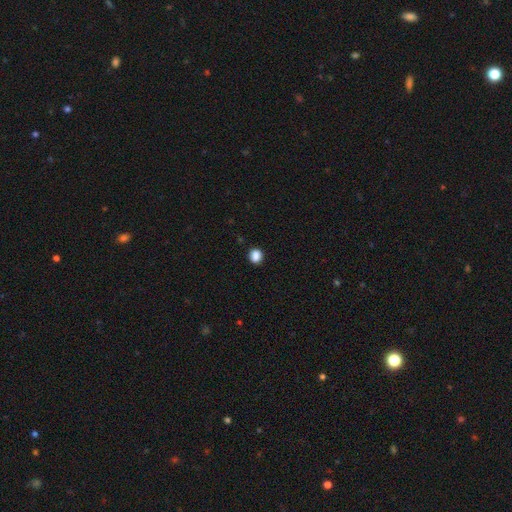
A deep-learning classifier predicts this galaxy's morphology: Smooth or featured? Predicted: smooth (p=0.87). How rounded? Predicted: round (p=0.76). Merging? Predicted: none (p=0.90).